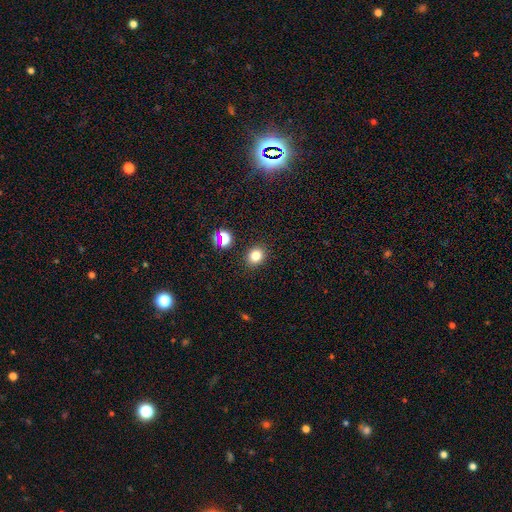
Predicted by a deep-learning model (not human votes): smooth-or-featured: smooth: 78% | star or artifact: 15% | featured or disk: 6%
  how-rounded: round: 64% | in between: 36% | cigar-shaped: 1%
  merging: none: 87% | minor disturbance: 7% | merger: 3% | major disturbance: 2%